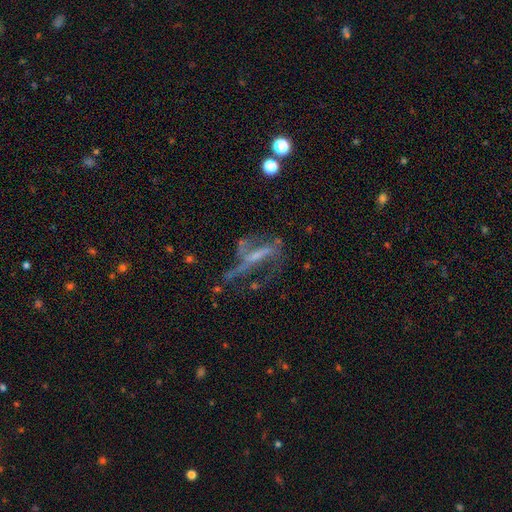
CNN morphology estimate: This appears to be a featured or disk galaxy (66%) with no bar (40%), spiral arms (51%) and a small central bulge (38%, tied with none). Merging: major disturbance (41%).